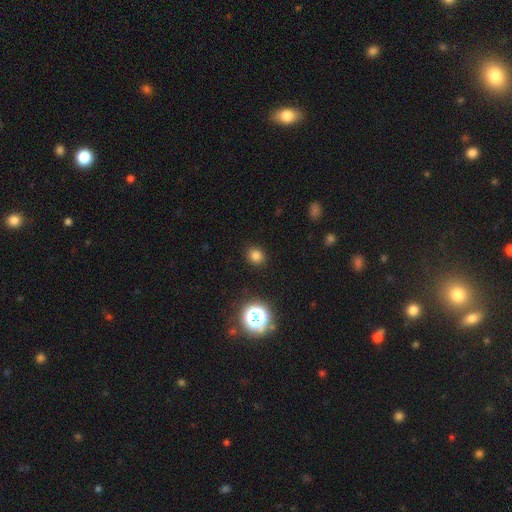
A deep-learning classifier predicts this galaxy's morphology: This is likely a smooth galaxy (78%). How rounded: likely round (76%). Merging: clearly none (90%).